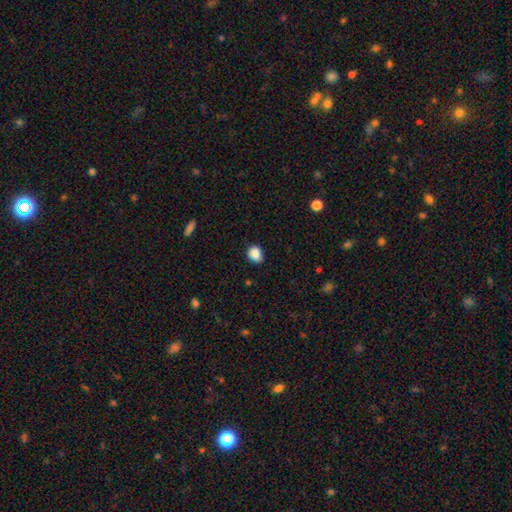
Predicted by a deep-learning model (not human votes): This appears to be a smooth galaxy with no disk features (88%) that is round (57%). Merging: none (81%).